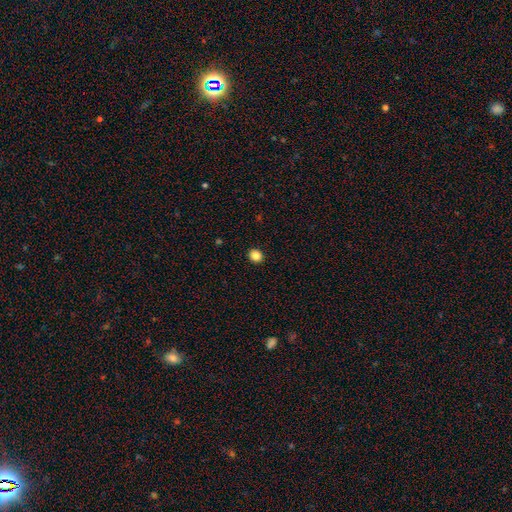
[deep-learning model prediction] Smooth or featured?
  - smooth: 85% *
  - star or artifact: 11%
  - featured or disk: 4%
How rounded?
  - round: 79% *
  - in between: 20%
  - cigar-shaped: 1%
Merging?
  - none: 93% *
  - minor disturbance: 5%
  - major disturbance: 2%
  - merger: 1%